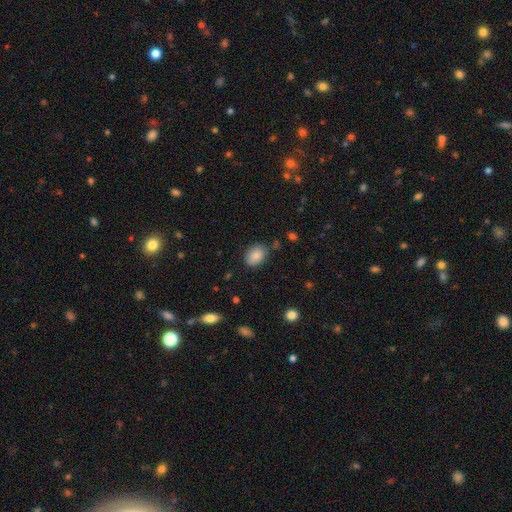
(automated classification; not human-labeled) A smooth galaxy with no disk features (87%) that is in between round and cigar-shaped (78%). Merging: none (79%).